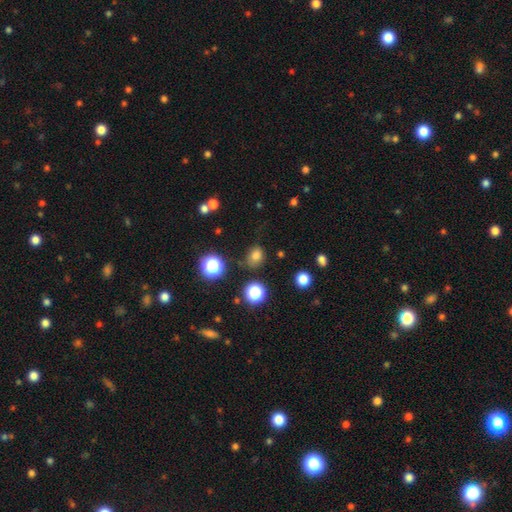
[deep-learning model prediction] Smooth or featured? smooth (74%)
How rounded? round (54%)
Merging? none (71%)